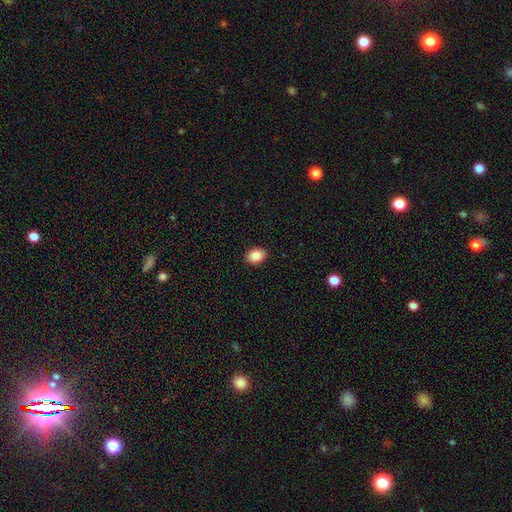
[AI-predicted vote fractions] Q: Smooth or featured?
A: smooth (87%); runner-up: star or artifact (8%)
Q: How rounded?
A: in between (69%); runner-up: round (30%)
Q: Merging?
A: none (91%); runner-up: minor disturbance (6%)